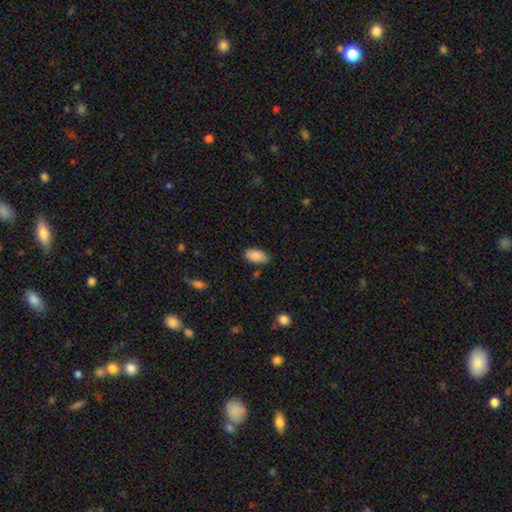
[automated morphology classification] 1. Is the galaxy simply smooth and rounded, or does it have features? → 87% smooth, 7% star or artifact, 6% featured or disk.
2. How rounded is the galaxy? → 94% in between, 4% cigar-shaped, 3% round.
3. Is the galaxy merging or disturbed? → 79% none, 17% minor disturbance, 3% major disturbance, 2% merger.